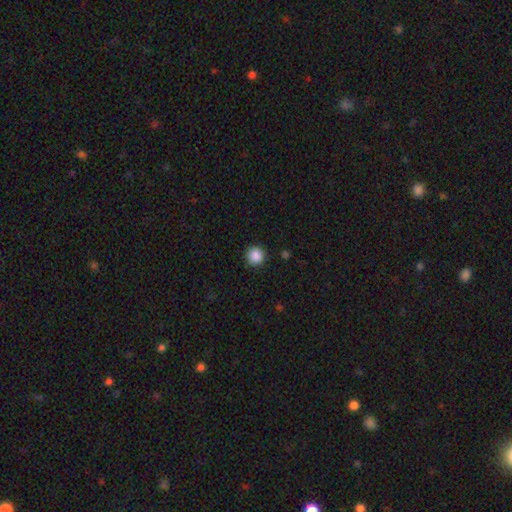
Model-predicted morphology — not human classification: This is clearly a smooth galaxy (88%). How rounded: clearly round (95%). Merging: clearly none (90%).